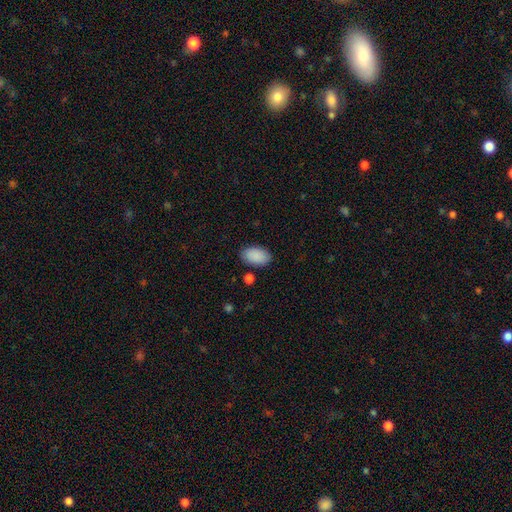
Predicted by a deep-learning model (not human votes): Morphology: type=smooth (90%); roundness=in between (94%); merging=none (85%).